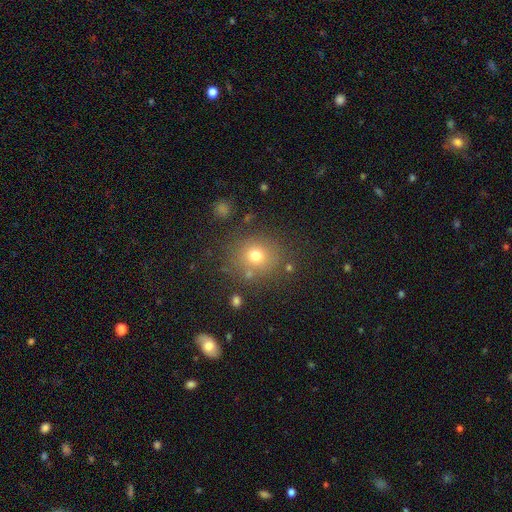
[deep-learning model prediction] Smooth or featured? Predicted: smooth (p=0.72). How rounded? Predicted: round (p=0.81). Merging? Predicted: none (p=0.79).